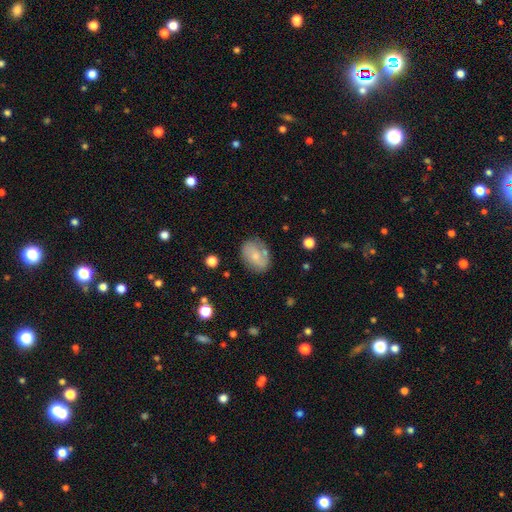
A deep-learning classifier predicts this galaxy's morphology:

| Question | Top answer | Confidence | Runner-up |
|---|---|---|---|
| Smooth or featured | smooth | 55% | featured or disk (37%) |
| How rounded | in between | 72% | round (26%) |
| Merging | none | 69% | minor disturbance (20%) |